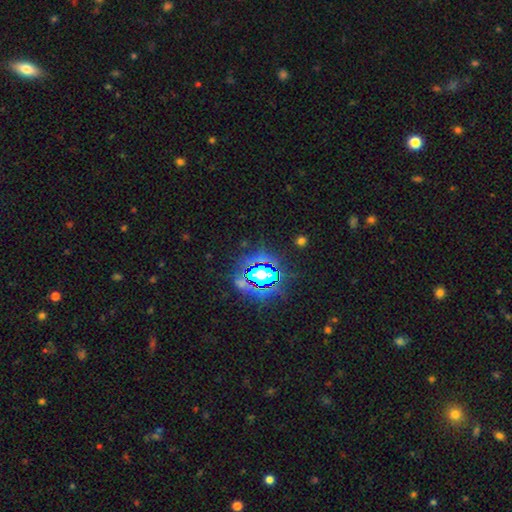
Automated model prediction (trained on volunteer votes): The model was most divided on "smooth or featured": star or artifact: 82%, smooth: 11%, featured or disk: 7%.